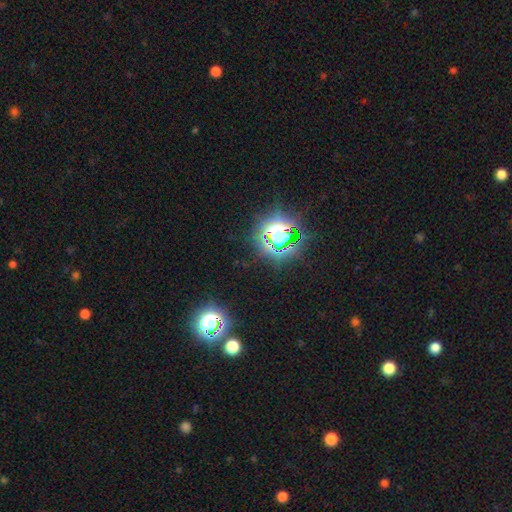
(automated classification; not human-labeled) Q: Smooth or featured?
A: star or artifact (78%); runner-up: smooth (14%)